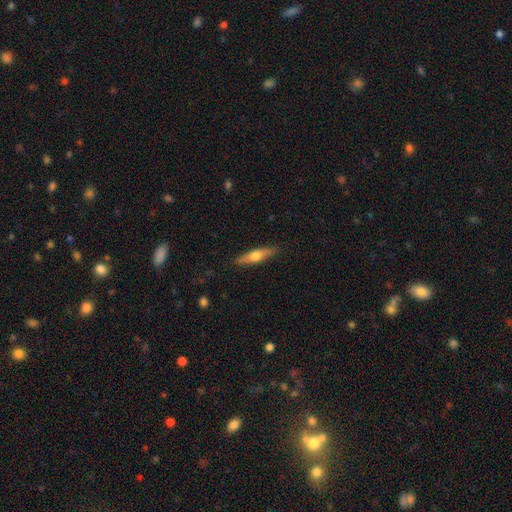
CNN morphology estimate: The model was most divided on "smooth or featured" (2-way tie): featured or disk: 47%, smooth: 47%, star or artifact: 6%. More confident: merging — none (89%).